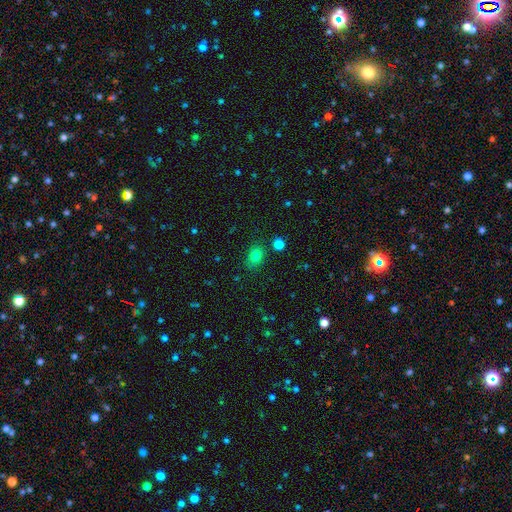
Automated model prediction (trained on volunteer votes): This is likely a smooth galaxy (79%). How rounded: likely in between (60%). Merging: likely none (79%).